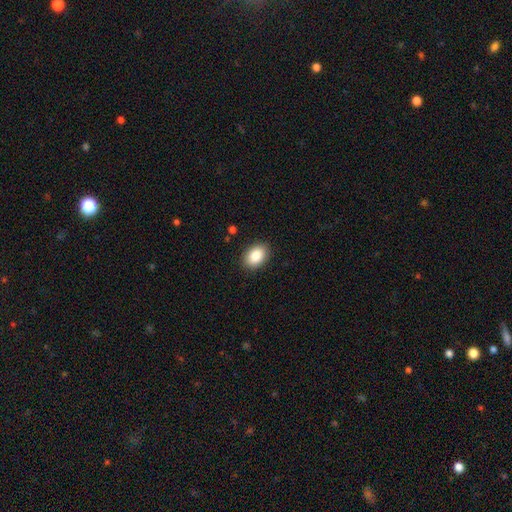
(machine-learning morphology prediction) Smooth or featured: smooth — 87% (star or artifact — 7%)
How rounded: in between — 83% (round — 16%)
Merging: none — 89% (minor disturbance — 8%)